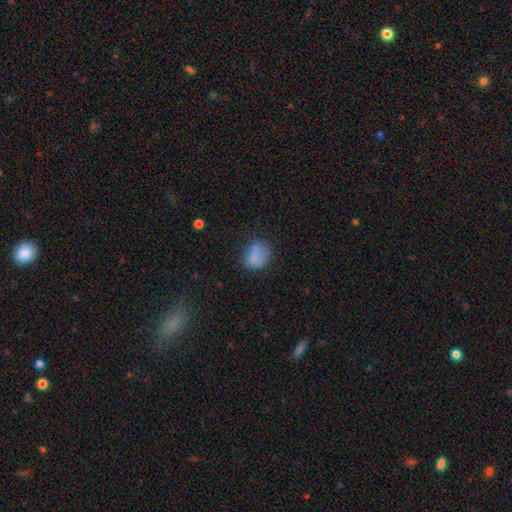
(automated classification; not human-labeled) This appears to be a smooth galaxy with no disk features (76%) that is round (58%). Merging: none (58%).